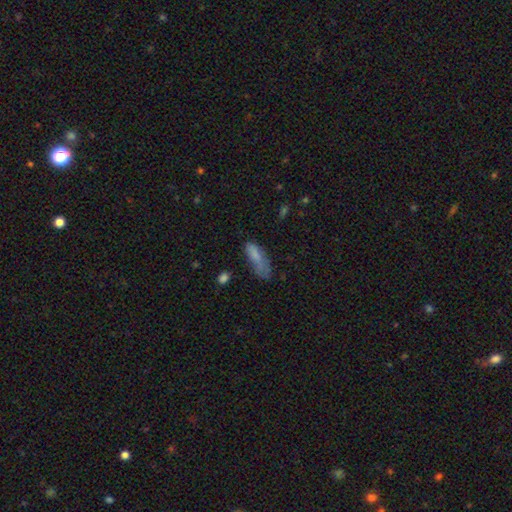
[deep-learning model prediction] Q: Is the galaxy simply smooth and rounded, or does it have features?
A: smooth — 76%.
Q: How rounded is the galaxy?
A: in between — 52%.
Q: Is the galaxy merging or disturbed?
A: none — 35%.